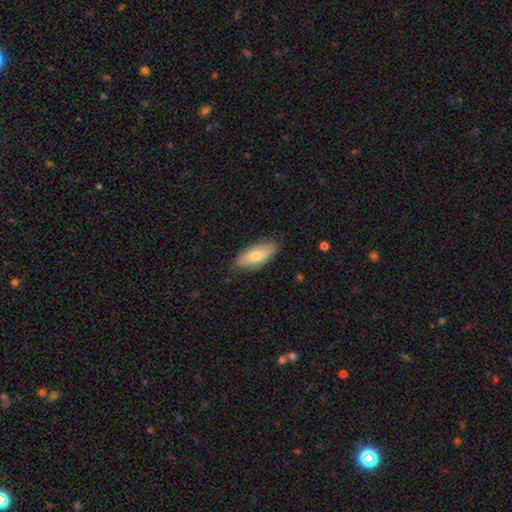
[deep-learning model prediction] smooth-or-featured: smooth: 70% | featured or disk: 24% | star or artifact: 6%
  how-rounded: in between: 82% | cigar-shaped: 15% | round: 3%
  merging: none: 81% | minor disturbance: 15% | major disturbance: 3% | merger: 1%